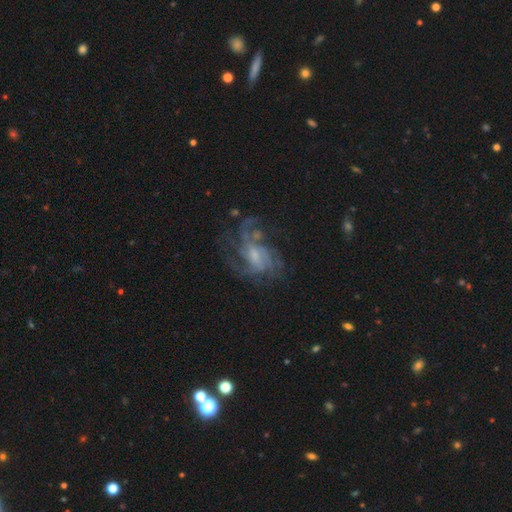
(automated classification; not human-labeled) smooth_or_featured: featured or disk (p=0.80) [alt: smooth p=0.10]
disk_edge_on: no (p=0.97) [alt: yes p=0.03]
bar: weak (p=0.45) [tied with: no p=0.45]
has_spiral_arms: yes (p=0.89) [alt: no p=0.11]
spiral_winding: medium (p=0.45) [alt: tight p=0.29]
spiral_arm_count: can't tell (p=0.30) [alt: 4 p=0.25]
bulge_size: small (p=0.39) [alt: moderate p=0.38]
merging: none (p=0.51) [alt: major disturbance p=0.28]